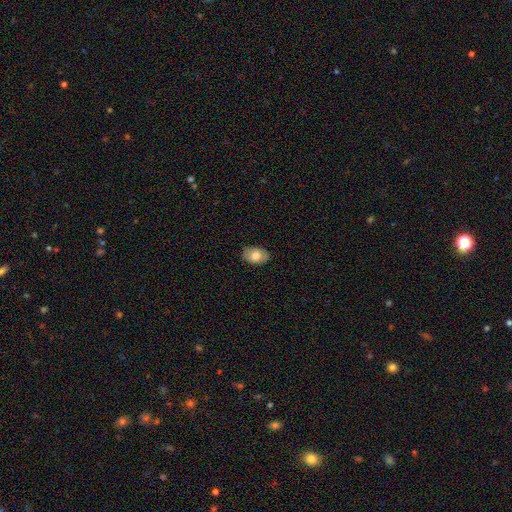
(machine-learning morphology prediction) type=smooth (71%); roundness=in between (87%); merging=none (84%).